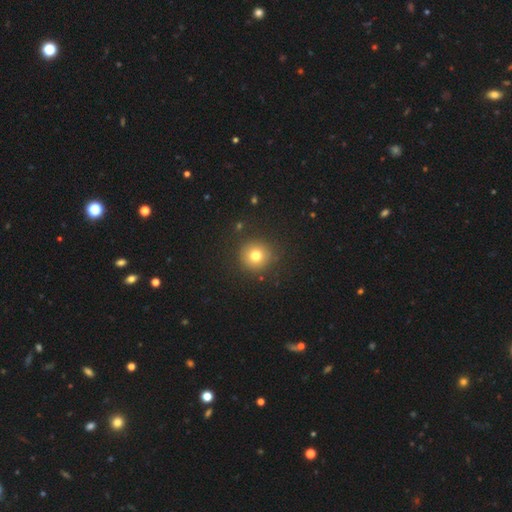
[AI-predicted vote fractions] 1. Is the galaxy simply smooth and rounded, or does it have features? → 76% smooth, 14% star or artifact, 10% featured or disk.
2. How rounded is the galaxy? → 93% round, 6% in between, 1% cigar-shaped.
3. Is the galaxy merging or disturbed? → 87% none, 8% minor disturbance, 3% major disturbance, 2% merger.